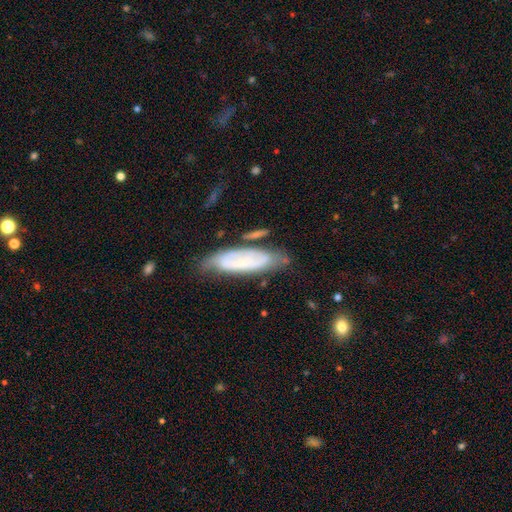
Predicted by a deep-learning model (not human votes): A featured or disk galaxy (55%).

Vote fractions:
- Smooth or featured? featured or disk: 55% / smooth: 38% / star or artifact: 7%
- Edge-on disk? no: 81% / yes: 19%
- Merging? none: 56% / minor disturbance: 25% / major disturbance: 10% / merger: 8%